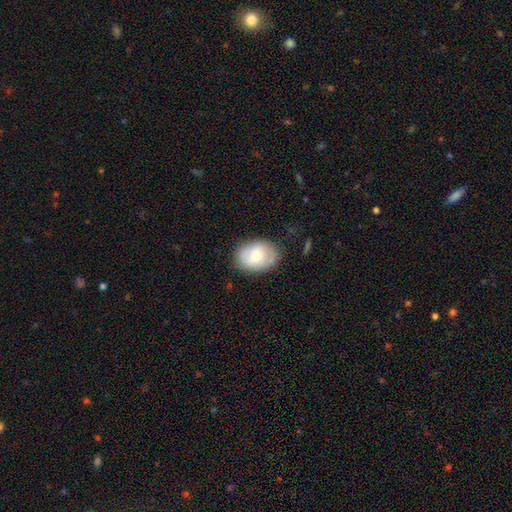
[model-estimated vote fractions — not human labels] smooth 69%, featured or disk 24%, star or artifact 7%. Down the decision tree: how rounded — in between (73%); merging — none (79%).